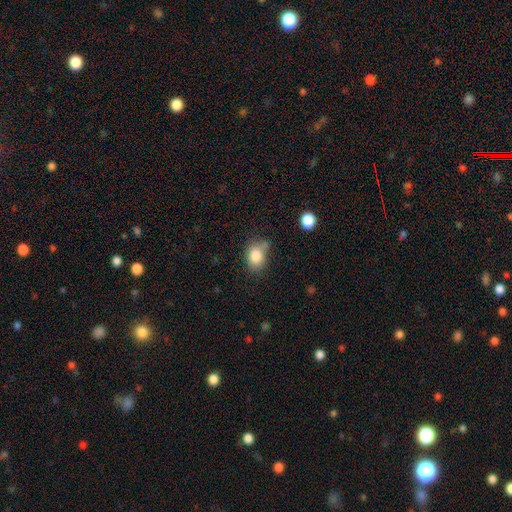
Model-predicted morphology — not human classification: Overall: smooth (82%). How rounded: in between (62%; round 37%). Merging: none (57%; minor disturbance 26%).